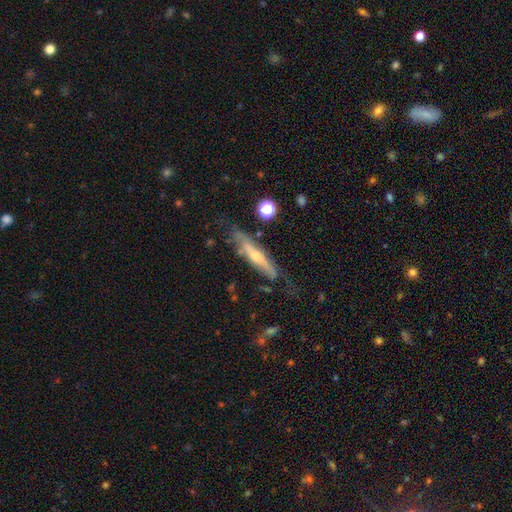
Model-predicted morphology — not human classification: Overall: featured or disk (65%; smooth 29%). Edge-on disk: yes (78%). Edge-on bulge: rounded (75%). Merging: none (62%; minor disturbance 24%).